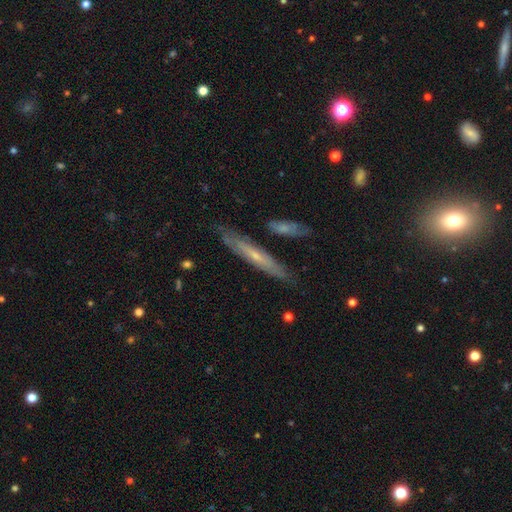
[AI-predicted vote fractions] Overall: featured or disk (59%; smooth 35%). Edge-on disk: yes (75%). Merging: none (81%).